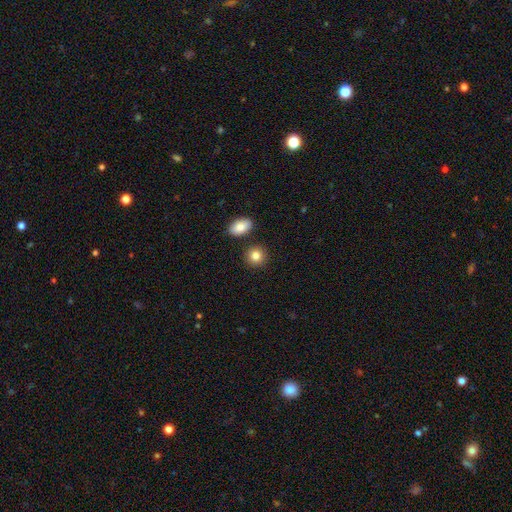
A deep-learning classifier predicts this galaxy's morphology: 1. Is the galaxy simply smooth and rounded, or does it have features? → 84% smooth, 9% star or artifact, 7% featured or disk.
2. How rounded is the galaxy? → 82% round, 17% in between, 1% cigar-shaped.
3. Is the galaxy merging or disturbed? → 84% none, 8% minor disturbance, 6% merger, 2% major disturbance.